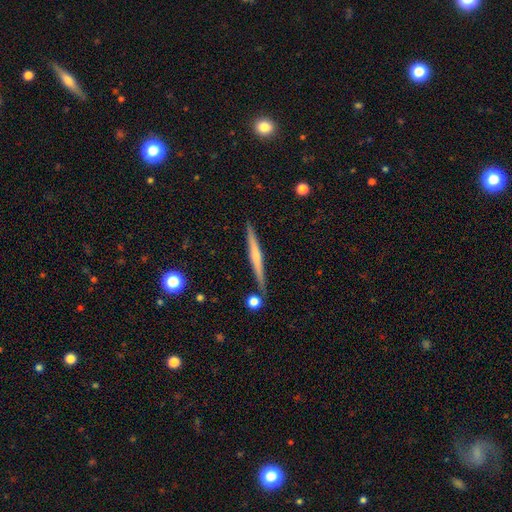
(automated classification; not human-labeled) Q: Smooth or featured?
A: featured or disk (56%); runner-up: smooth (38%)
Q: Edge-on disk?
A: yes (97%); runner-up: no (3%)
Q: Edge-on bulge?
A: none (55%); runner-up: rounded (34%)
Q: Merging?
A: none (87%); runner-up: minor disturbance (8%)